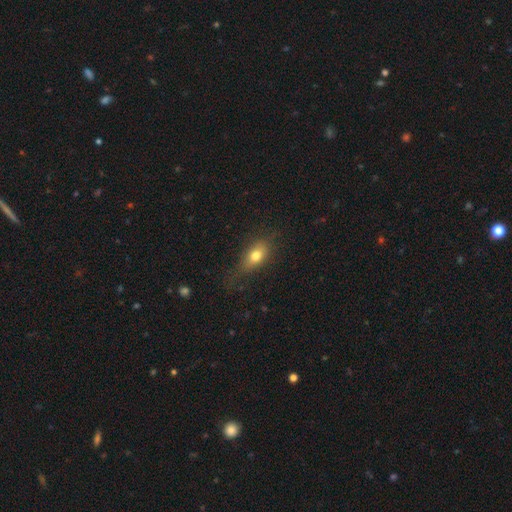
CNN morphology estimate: A smooth galaxy with no disk features (75%) that is in between round and cigar-shaped (76%). Merging: none (66%).